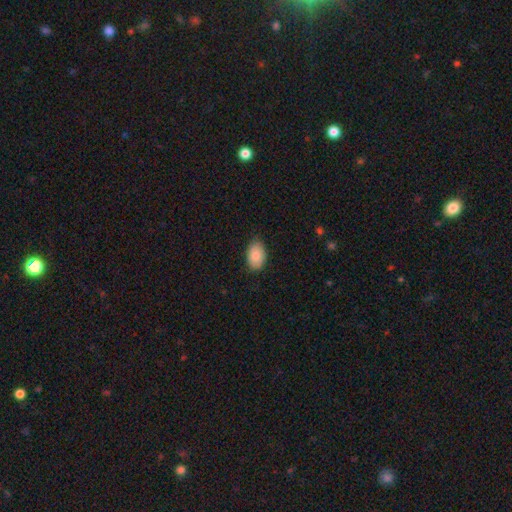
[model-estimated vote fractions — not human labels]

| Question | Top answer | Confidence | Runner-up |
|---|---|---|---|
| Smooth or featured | smooth | 87% | star or artifact (7%) |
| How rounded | in between | 91% | round (8%) |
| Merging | none | 81% | minor disturbance (16%) |